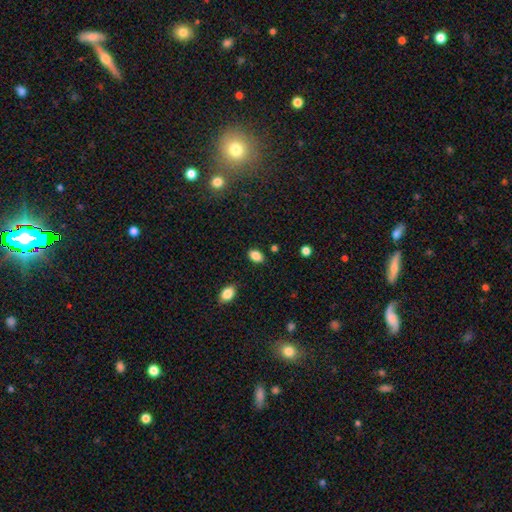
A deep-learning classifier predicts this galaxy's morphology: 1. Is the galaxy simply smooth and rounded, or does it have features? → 86% smooth, 9% star or artifact, 5% featured or disk.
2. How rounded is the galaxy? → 85% in between, 14% round, 2% cigar-shaped.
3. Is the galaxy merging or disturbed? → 86% none, 10% minor disturbance, 2% major disturbance, 2% merger.